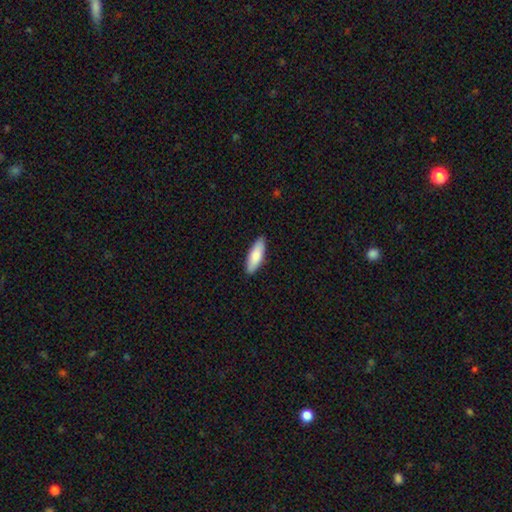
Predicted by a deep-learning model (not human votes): Q: Smooth or featured?
A: smooth (83%); runner-up: featured or disk (12%)
Q: How rounded?
A: in between (54%); runner-up: cigar-shaped (44%)
Q: Merging?
A: none (89%); runner-up: minor disturbance (8%)